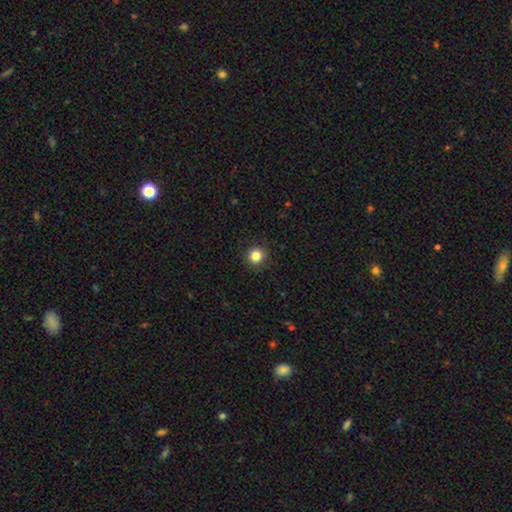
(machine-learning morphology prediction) This appears to be a smooth galaxy with no disk features (84%) that is round (94%). Merging: none (92%).